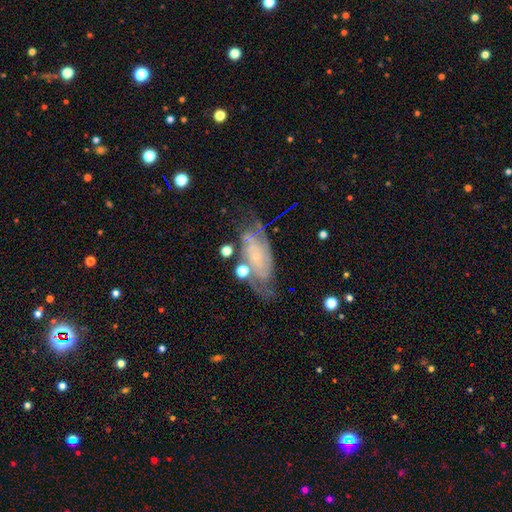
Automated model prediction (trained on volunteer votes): Morphology: type=featured or disk (75%); edge-on=no (91%); bar=no (67%); spiral arms=yes (90%); winding=tight (55%); arm count=2 (43%); bulge=small (71%); merging=none (59%).